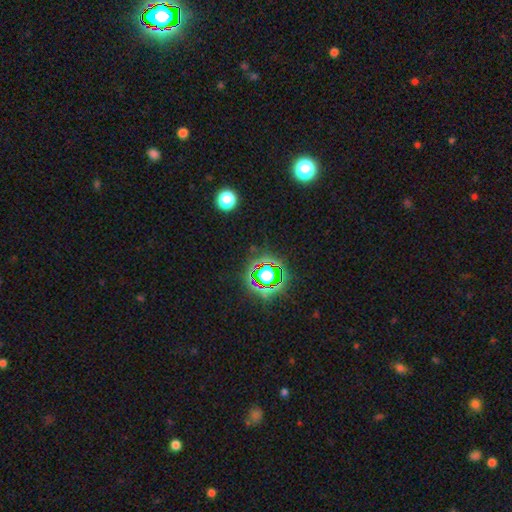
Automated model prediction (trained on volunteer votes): The model was most divided on "smooth or featured": star or artifact: 78%, smooth: 14%, featured or disk: 8%.